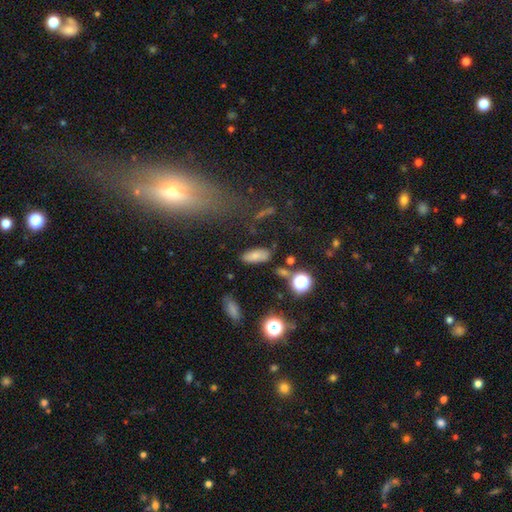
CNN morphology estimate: A smooth galaxy with no disk features (75%) that is in between round and cigar-shaped (82%). Merging: none (80%).